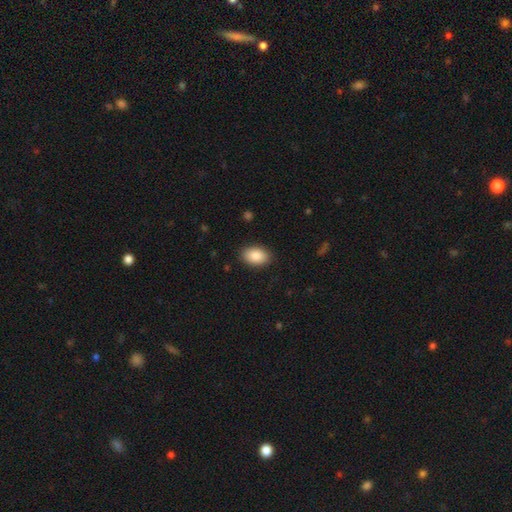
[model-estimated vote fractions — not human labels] The model was most divided on "merging": none: 88%, minor disturbance: 9%, major disturbance: 2%, merger: 1%. More confident: how rounded — in between (89%); smooth or featured — smooth (89%).